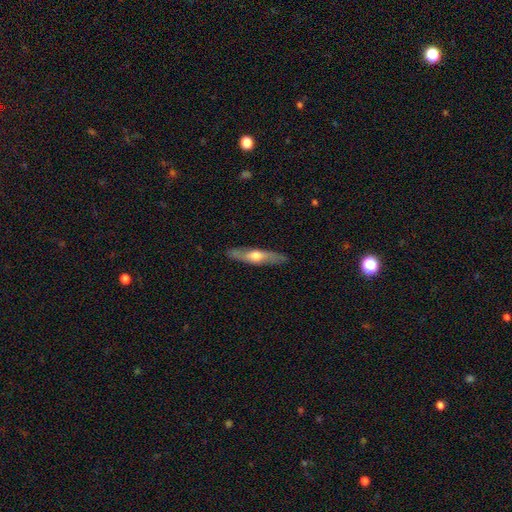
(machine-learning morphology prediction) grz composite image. It shows a featured or disk galaxy (51%) viewed edge-on (79%). Merging: none (86%).